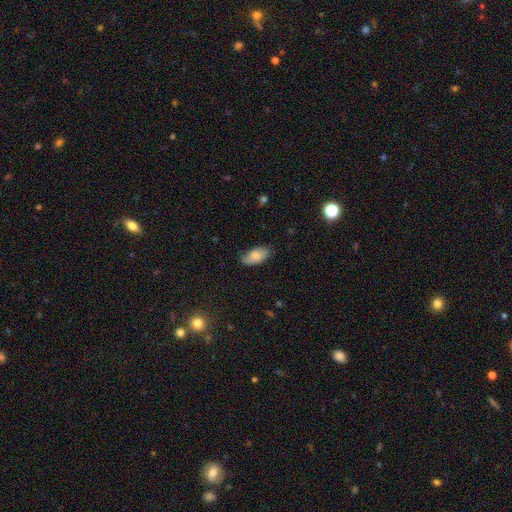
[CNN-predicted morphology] Q: Smooth or featured?
A: smooth (76%); runner-up: featured or disk (17%)
Q: How rounded?
A: in between (93%); runner-up: cigar-shaped (3%)
Q: Merging?
A: none (76%); runner-up: minor disturbance (19%)